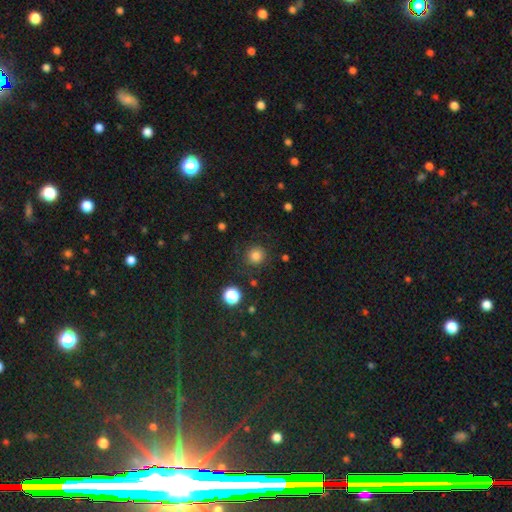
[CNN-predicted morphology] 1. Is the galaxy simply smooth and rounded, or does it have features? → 80% smooth, 15% star or artifact, 5% featured or disk.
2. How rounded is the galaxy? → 94% round, 6% in between, 1% cigar-shaped.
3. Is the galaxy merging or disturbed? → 86% none, 9% minor disturbance, 4% major disturbance, 2% merger.